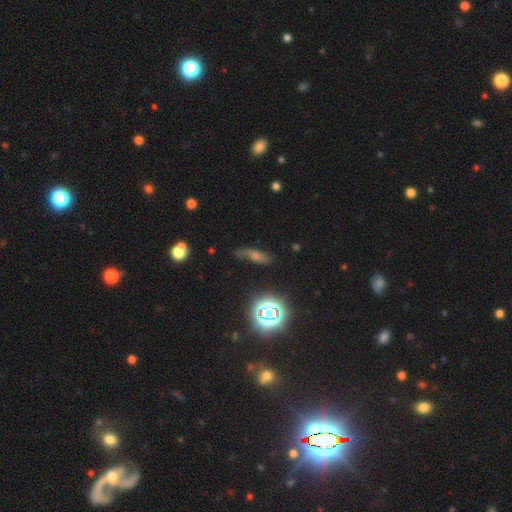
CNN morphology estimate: smooth_or_featured: smooth (p=0.36) [alt: star or artifact p=0.34]
merging: none (p=0.67) [alt: minor disturbance p=0.20]